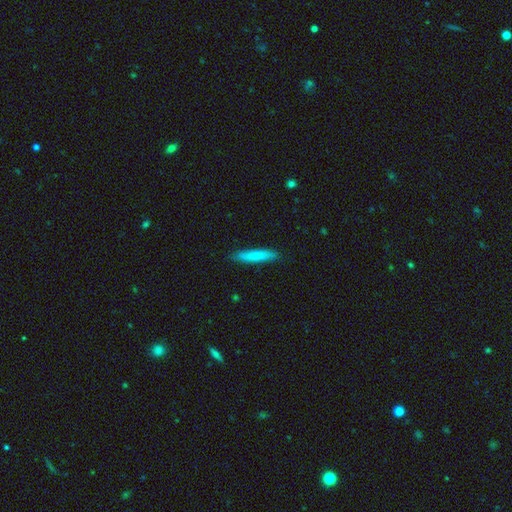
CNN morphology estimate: Smooth or featured: smooth — 77% (featured or disk — 17%)
How rounded: cigar-shaped — 89% (in between — 10%)
Merging: none — 88% (minor disturbance — 9%)